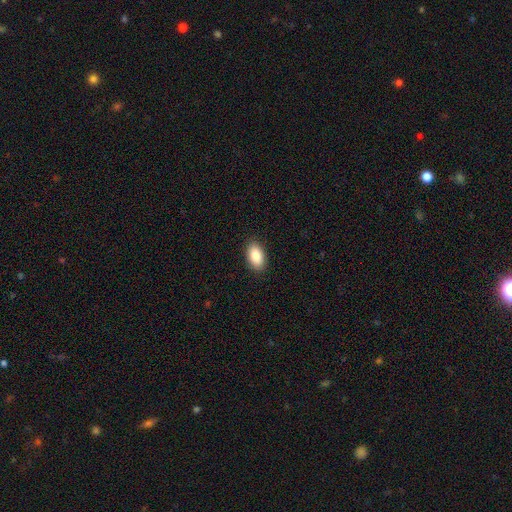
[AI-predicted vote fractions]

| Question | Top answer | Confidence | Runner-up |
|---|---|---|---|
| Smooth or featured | smooth | 88% | star or artifact (7%) |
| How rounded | in between | 94% | round (4%) |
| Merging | none | 90% | minor disturbance (7%) |